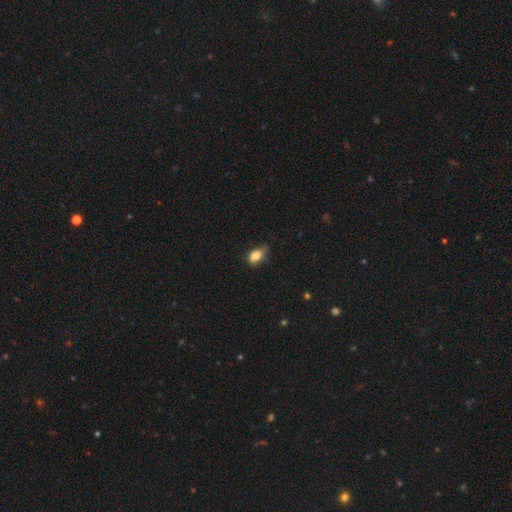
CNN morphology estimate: This appears to be a smooth galaxy with no disk features (83%) that is in between round and cigar-shaped (85%). Merging: none (51%).